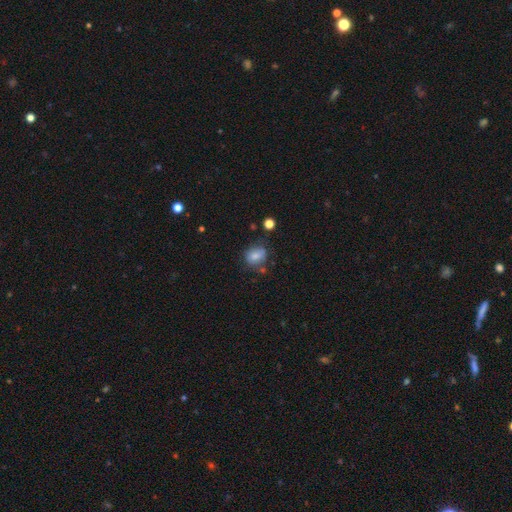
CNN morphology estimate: smooth_or_featured: smooth (p=0.74) [alt: featured or disk p=0.16]
how_rounded: round (p=0.58) [alt: in between p=0.41]
merging: none (p=0.62) [alt: minor disturbance p=0.23]